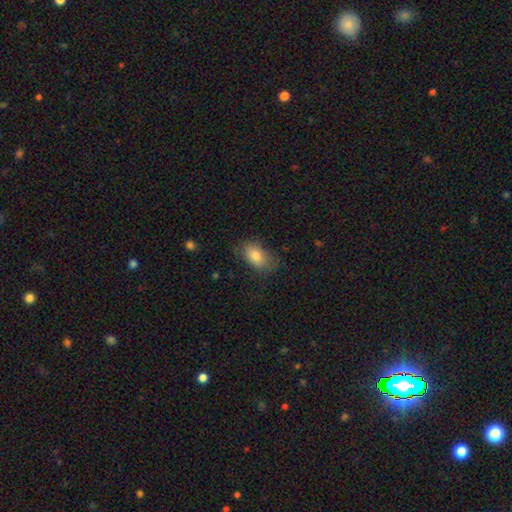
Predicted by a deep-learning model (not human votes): A smooth galaxy with no disk features (81%) that is in between round and cigar-shaped (89%).

Vote fractions:
- Smooth or featured? smooth: 81% / featured or disk: 11% / star or artifact: 8%
- How rounded? in between: 89% / round: 10% / cigar-shaped: 2%
- Merging? none: 73% / minor disturbance: 20% / major disturbance: 6% / merger: 1%